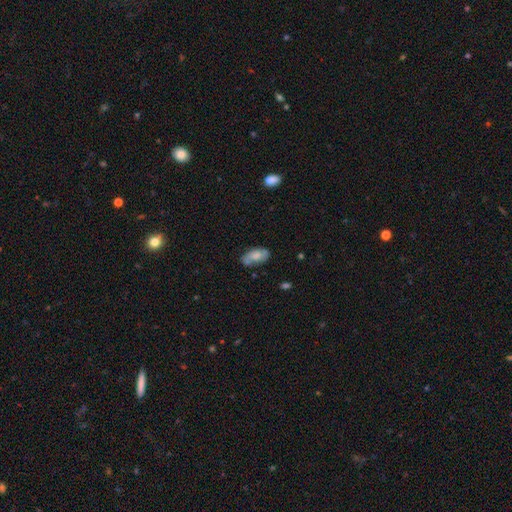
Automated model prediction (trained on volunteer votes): A smooth galaxy with no disk features (53%) that is in between round and cigar-shaped (91%).

Vote fractions:
- Smooth or featured? smooth: 53% / featured or disk: 39% / star or artifact: 8%
- How rounded? in between: 91% / cigar-shaped: 5% / round: 4%
- Merging? none: 63% / minor disturbance: 25% / major disturbance: 7% / merger: 5%